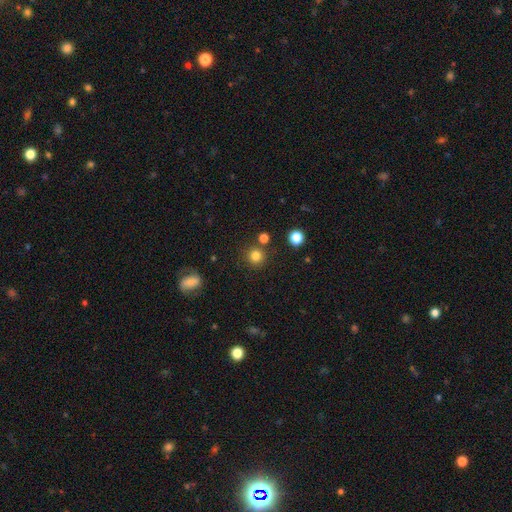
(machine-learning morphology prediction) This appears to be a smooth galaxy with no disk features (81%) that is round (93%). Merging: none (83%).